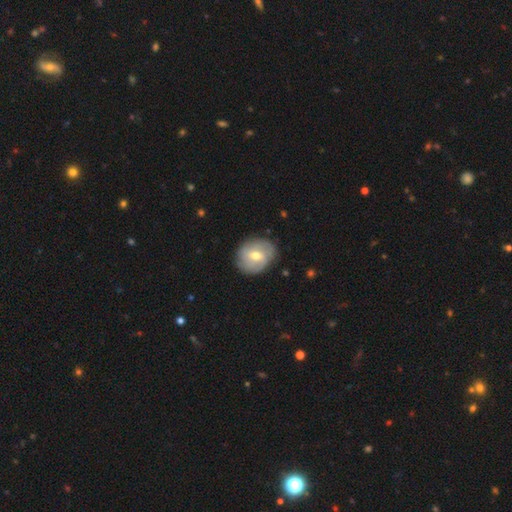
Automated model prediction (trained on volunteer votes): Smooth or featured? Predicted: featured or disk (p=0.54). Edge-on disk? Predicted: no (p=0.96). Bar? Predicted: weak (p=0.52). Spiral arms? Predicted: yes (p=0.68). Bulge size? Predicted: moderate (p=0.71). Merging? Predicted: none (p=0.80).